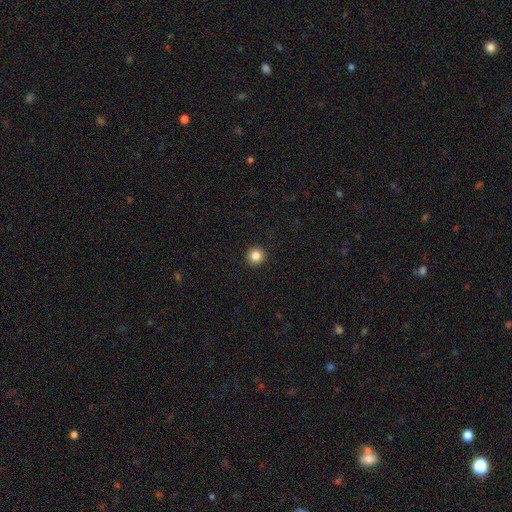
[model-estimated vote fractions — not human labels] A smooth galaxy with no disk features (85%) that is round (94%).

Vote fractions:
- Smooth or featured? smooth: 85% / star or artifact: 11% / featured or disk: 5%
- How rounded? round: 94% / in between: 5% / cigar-shaped: 1%
- Merging? none: 93% / minor disturbance: 4% / major disturbance: 2% / merger: 1%